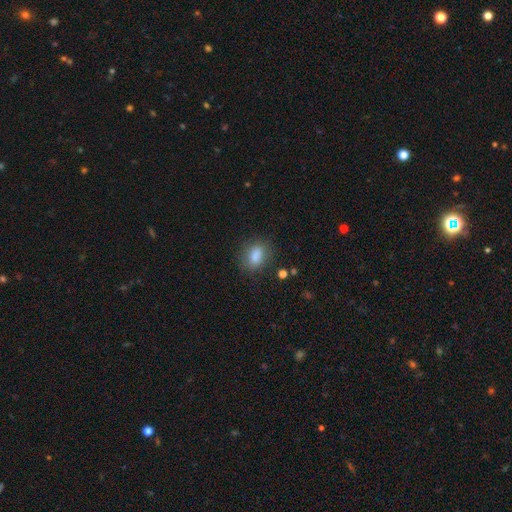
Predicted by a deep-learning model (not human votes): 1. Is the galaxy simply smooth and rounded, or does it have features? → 84% smooth, 9% star or artifact, 7% featured or disk.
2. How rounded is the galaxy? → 75% in between, 22% round, 3% cigar-shaped.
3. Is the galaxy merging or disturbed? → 77% none, 15% minor disturbance, 5% major disturbance, 3% merger.